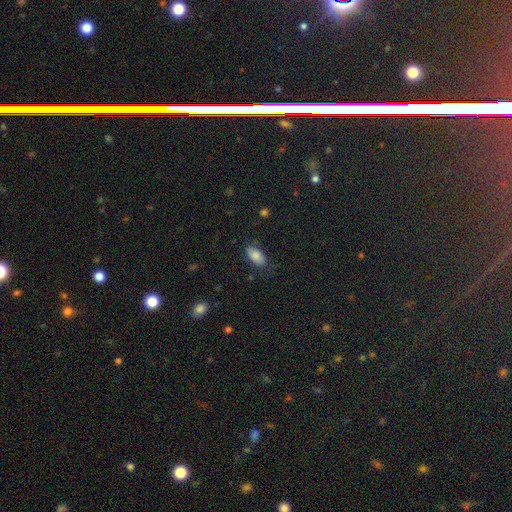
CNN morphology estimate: Q: Smooth or featured?
A: smooth (83%); runner-up: star or artifact (8%)
Q: How rounded?
A: in between (92%); runner-up: cigar-shaped (4%)
Q: Merging?
A: none (74%); runner-up: minor disturbance (18%)